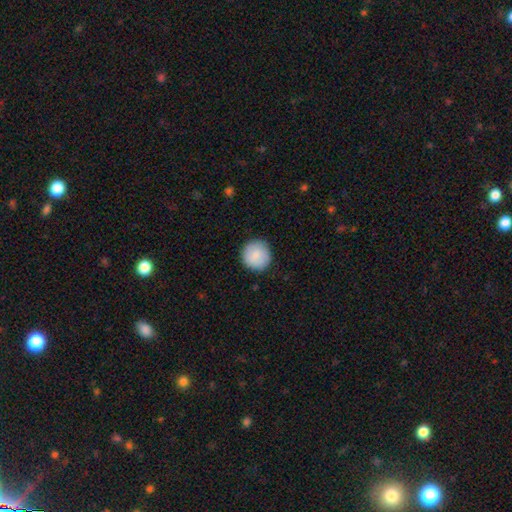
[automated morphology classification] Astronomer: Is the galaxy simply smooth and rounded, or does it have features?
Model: smooth — 87%.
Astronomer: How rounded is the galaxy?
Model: round — 95%.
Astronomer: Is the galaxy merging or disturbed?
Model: none — 89%.